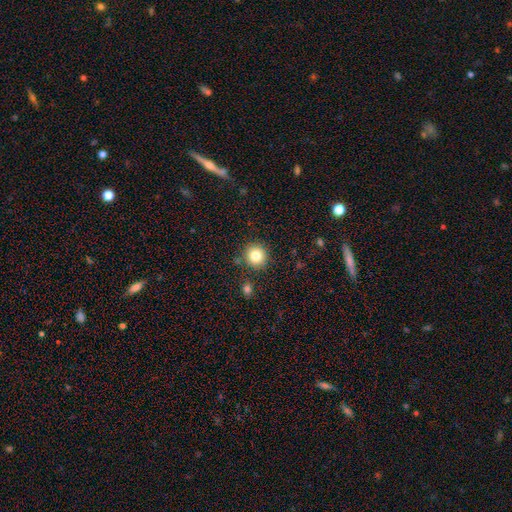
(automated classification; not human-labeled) This is clearly a smooth galaxy (82%). How rounded: clearly round (93%). Merging: clearly none (87%).